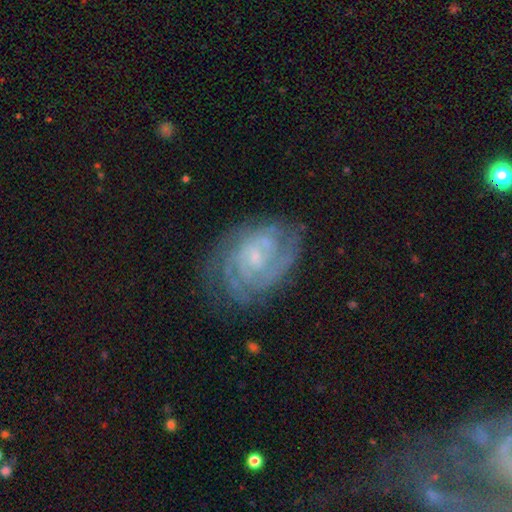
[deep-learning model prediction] smooth_or_featured: featured or disk (p=0.84) [alt: smooth p=0.10]
disk_edge_on: no (p=0.97) [alt: yes p=0.03]
bar: no (p=0.56) [alt: weak p=0.37]
has_spiral_arms: yes (p=0.95) [alt: no p=0.05]
spiral_winding: tight (p=0.70) [alt: medium p=0.25]
spiral_arm_count: can't tell (p=0.33) [alt: 2 p=0.27]
bulge_size: small (p=0.68) [alt: moderate p=0.22]
merging: none (p=0.70) [alt: minor disturbance p=0.20]